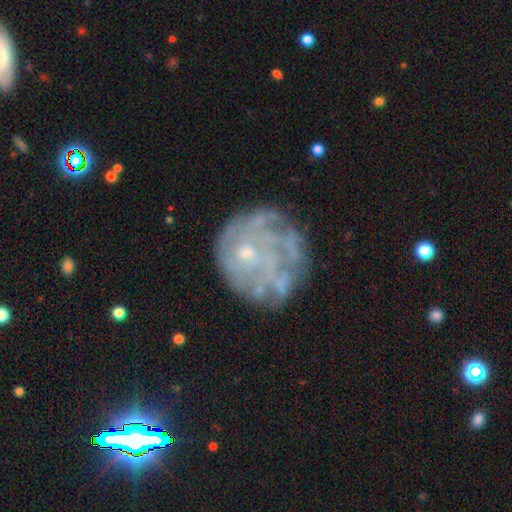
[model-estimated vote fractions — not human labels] smooth_or_featured: featured or disk (p=0.69) [alt: smooth p=0.19]
disk_edge_on: no (p=0.97) [alt: yes p=0.03]
bar: no (p=0.84) [alt: weak p=0.13]
has_spiral_arms: yes (p=0.55) [alt: no p=0.45]
bulge_size: small (p=0.61) [alt: moderate p=0.22]
merging: none (p=0.65) [alt: minor disturbance p=0.19]